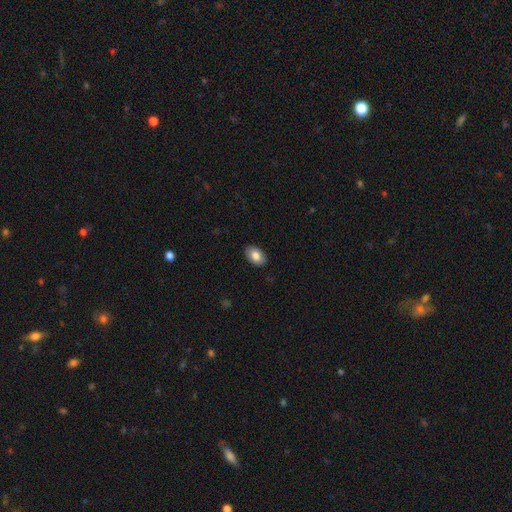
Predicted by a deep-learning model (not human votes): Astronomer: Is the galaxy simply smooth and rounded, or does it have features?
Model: smooth — 82%.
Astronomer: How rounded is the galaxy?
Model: in between — 91%.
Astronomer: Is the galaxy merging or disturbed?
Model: none — 87%.